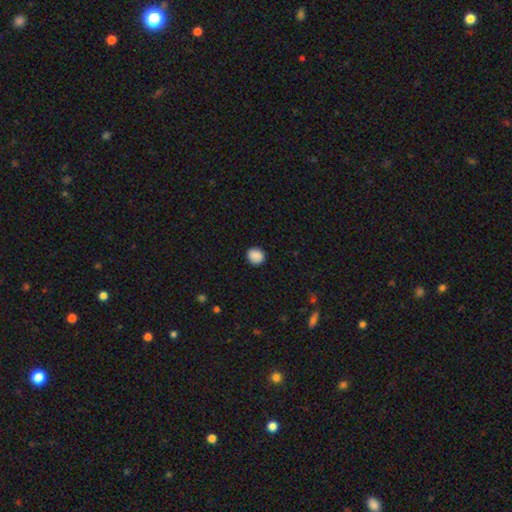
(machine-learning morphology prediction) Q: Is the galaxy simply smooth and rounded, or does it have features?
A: smooth — 88%.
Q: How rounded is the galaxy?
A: round — 83%.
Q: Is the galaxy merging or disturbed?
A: none — 88%.